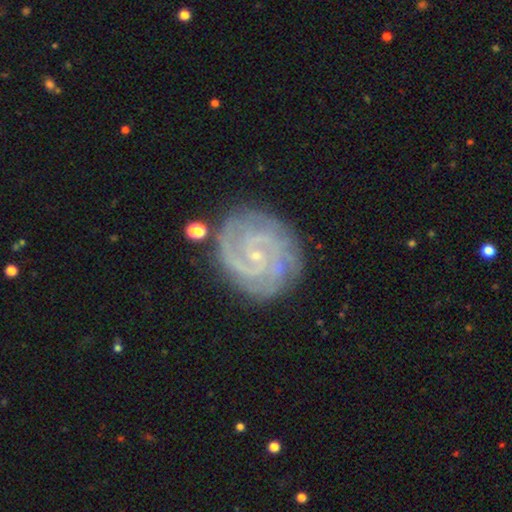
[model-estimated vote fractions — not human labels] Smooth or featured: featured or disk — 90% (star or artifact — 5%)
Edge-on disk: no — 98% (yes — 2%)
Bar: no — 63% (weak — 30%)
Spiral arms: yes — 98% (no — 2%)
Spiral winding: tight — 71% (medium — 25%)
Spiral arm count: 2 — 34% (3 — 27%)
Bulge size: small — 87% (moderate — 9%)
Merging: none — 80% (minor disturbance — 14%)